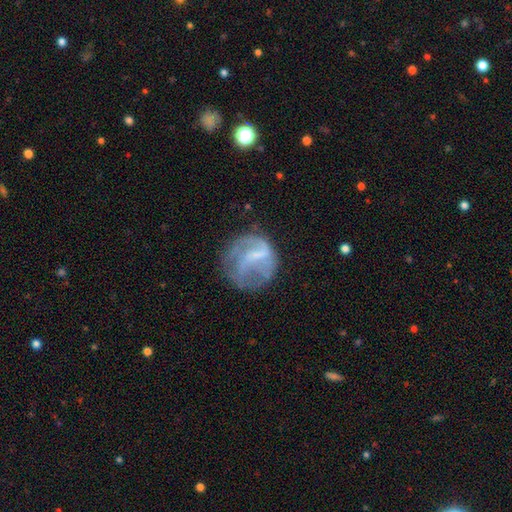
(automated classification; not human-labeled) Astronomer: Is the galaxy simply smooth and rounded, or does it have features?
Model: featured or disk — 64%.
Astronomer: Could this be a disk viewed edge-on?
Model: no — 98%.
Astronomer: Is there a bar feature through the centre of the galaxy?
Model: weak — 44% (runner-up: no, 31%).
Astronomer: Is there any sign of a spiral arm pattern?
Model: yes — 59% (runner-up: no, 41%).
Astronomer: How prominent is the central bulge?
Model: none — 49% (runner-up: small, 32%).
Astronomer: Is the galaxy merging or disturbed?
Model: none — 48% (runner-up: major disturbance, 28%).